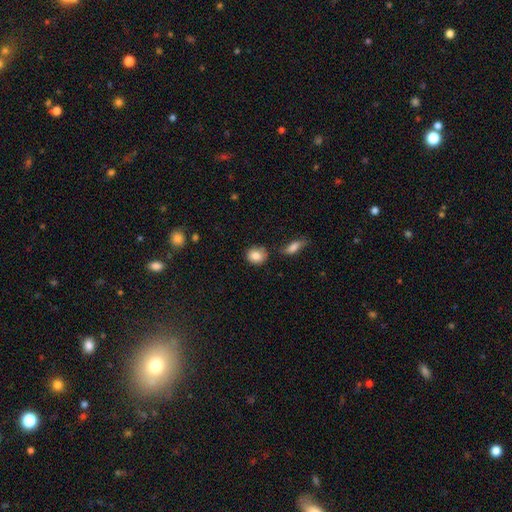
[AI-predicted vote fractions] A smooth galaxy with no disk features (85%) that is round (65%). Merging: none (70%).